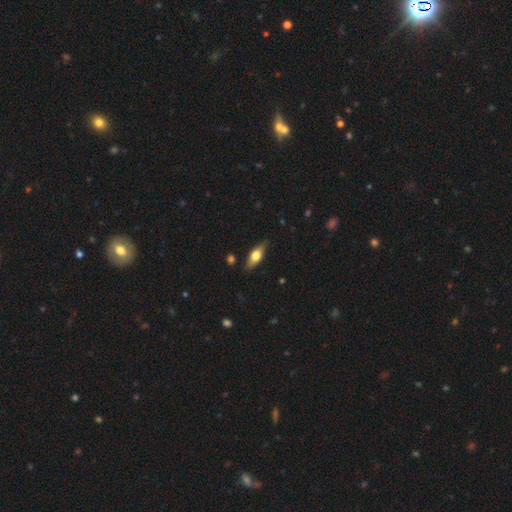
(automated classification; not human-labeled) This appears to be a smooth galaxy with no disk features (57%) that is in between round and cigar-shaped (69%). Merging: none (82%).